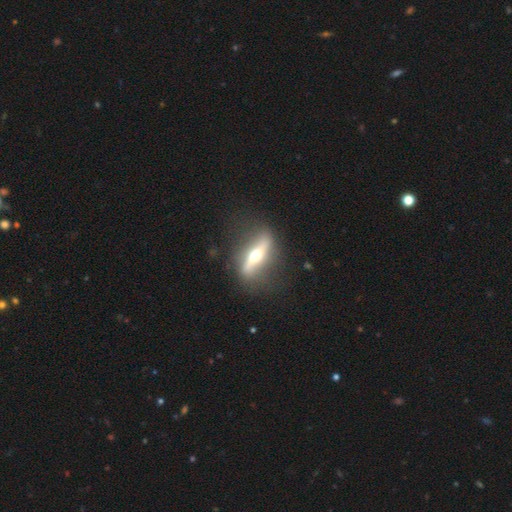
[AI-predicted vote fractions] Overall: featured or disk (72%). Edge-on disk: yes (68%; no 32%). Merging: none (76%).